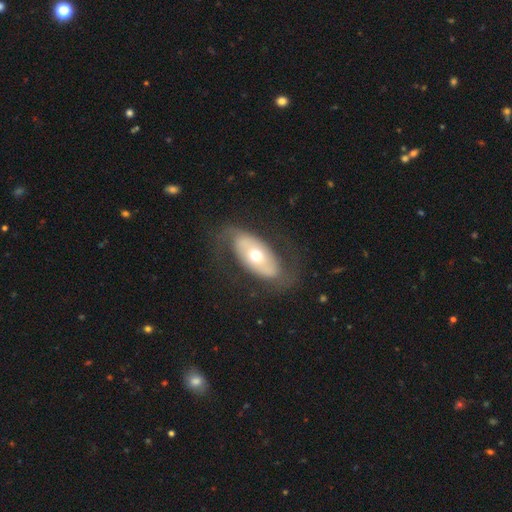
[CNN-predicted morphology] A featured or disk galaxy (62%) with no bar (72%), spiral arms (56%) and a moderate central bulge (70%).

Vote fractions:
- Smooth or featured? featured or disk: 62% / smooth: 32% / star or artifact: 6%
- Edge-on disk? no: 88% / yes: 12%
- Bar? no: 72% / weak: 16% / strong: 12%
- Spiral arms? yes: 56% / no: 44%
- Bulge size? moderate: 70% / small: 15% / large: 12% / dominant: 2% / none: 1%
- Merging? none: 71% / minor disturbance: 15% / major disturbance: 13% / merger: 1%